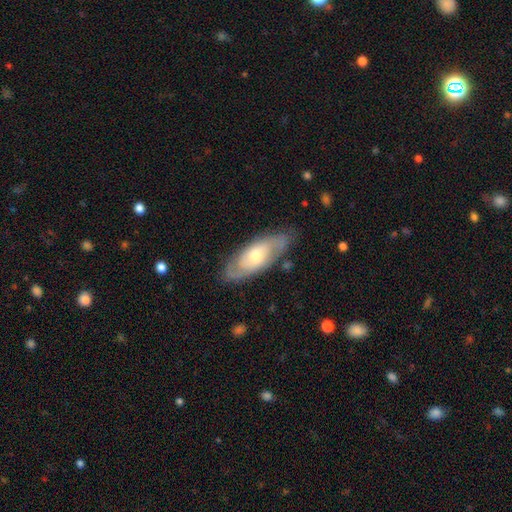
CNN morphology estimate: Smooth or featured? featured or disk (63%)
Edge-on disk? no (83%)
Bar? no (66%)
Spiral arms? yes (79%)
Bulge size? moderate (63%)
Merging? none (78%)